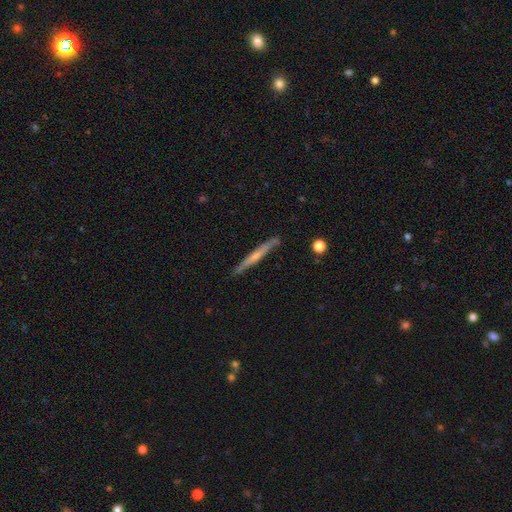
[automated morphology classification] Overall: featured or disk (55%; smooth 39%). Edge-on disk: yes (96%). Edge-on bulge: none (54%; rounded 38%). Merging: none (84%).